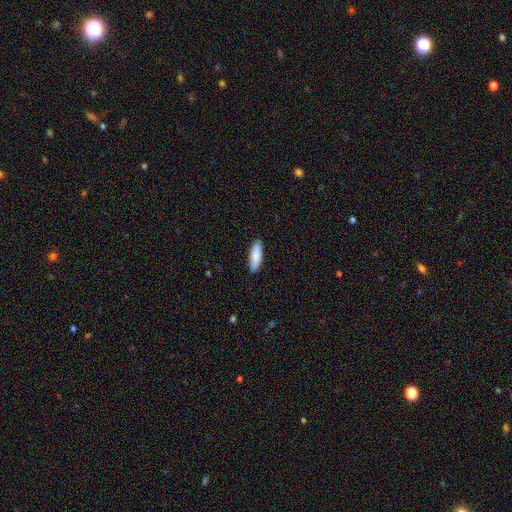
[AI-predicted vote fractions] Smooth or featured?
  - smooth: 86% *
  - featured or disk: 9%
  - star or artifact: 5%
How rounded?
  - in between: 54% *
  - cigar-shaped: 44%
  - round: 2%
Merging?
  - none: 88% *
  - minor disturbance: 9%
  - major disturbance: 2%
  - merger: 1%